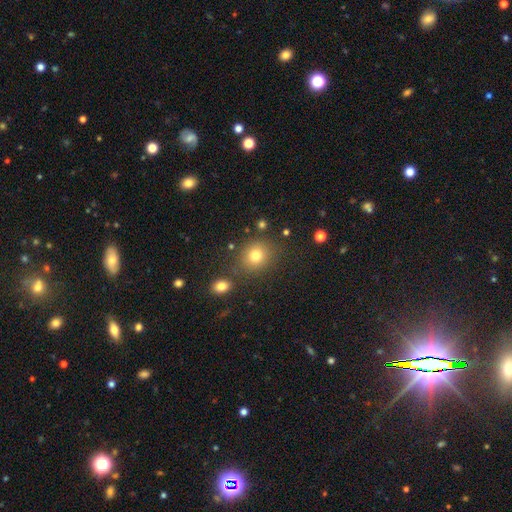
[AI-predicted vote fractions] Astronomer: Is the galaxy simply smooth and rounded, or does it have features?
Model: smooth — 78%.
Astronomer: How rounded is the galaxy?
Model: round — 76%.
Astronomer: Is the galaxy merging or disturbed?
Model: none — 80%.